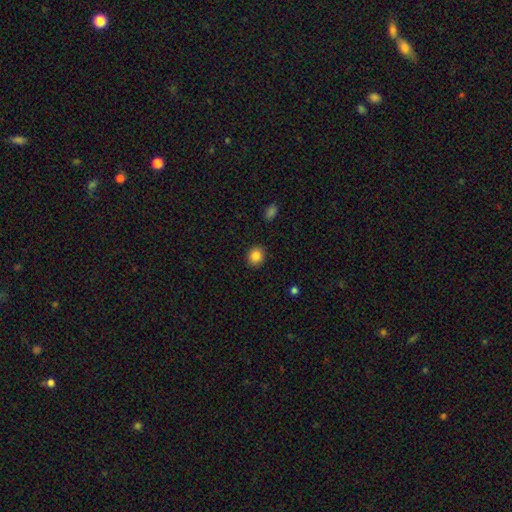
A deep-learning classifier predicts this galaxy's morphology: type=smooth (87%); roundness=round (73%); merging=none (89%).